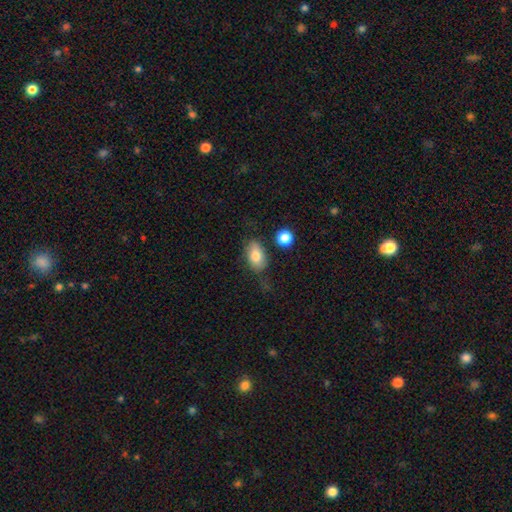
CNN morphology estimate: Smooth or featured: smooth — 80% (featured or disk — 13%)
How rounded: in between — 88% (round — 10%)
Merging: none — 63% (minor disturbance — 22%)